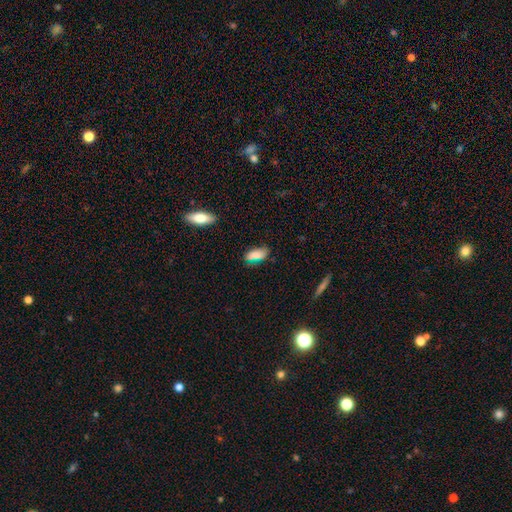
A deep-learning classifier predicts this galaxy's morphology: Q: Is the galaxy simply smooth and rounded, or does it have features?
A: smooth — 81%.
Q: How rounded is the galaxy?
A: in between — 87%.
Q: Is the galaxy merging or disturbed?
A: none — 69%.